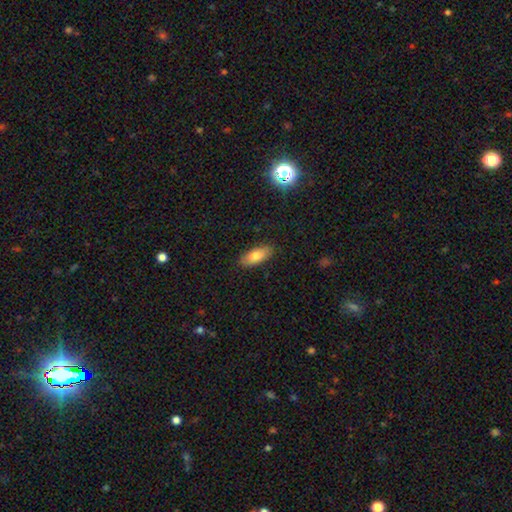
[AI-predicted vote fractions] smooth-or-featured: smooth: 79% | featured or disk: 14% | star or artifact: 7%
  how-rounded: in between: 83% | cigar-shaped: 15% | round: 2%
  merging: none: 88% | minor disturbance: 9% | major disturbance: 2% | merger: 1%